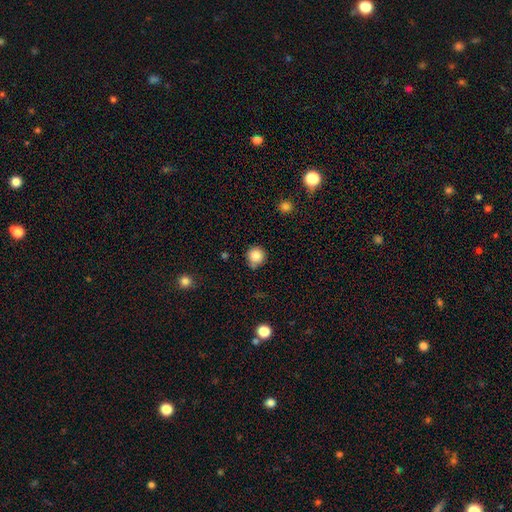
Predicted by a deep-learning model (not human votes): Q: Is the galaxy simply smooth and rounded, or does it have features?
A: smooth — 85%.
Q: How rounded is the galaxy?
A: round — 94%.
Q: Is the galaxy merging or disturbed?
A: none — 75%.